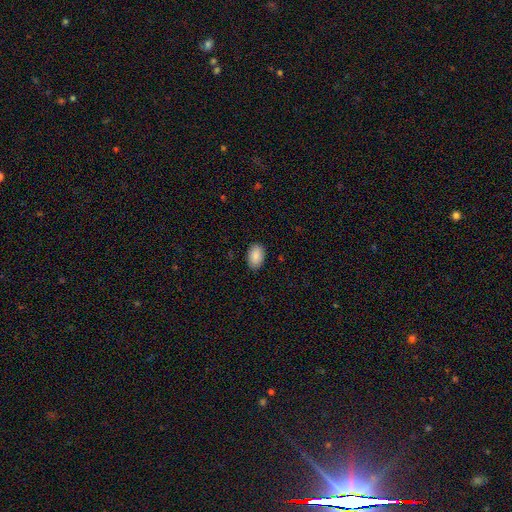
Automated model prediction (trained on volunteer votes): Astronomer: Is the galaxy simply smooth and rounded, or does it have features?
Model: smooth — 89%.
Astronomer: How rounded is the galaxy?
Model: in between — 91%.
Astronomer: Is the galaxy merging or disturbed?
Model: none — 88%.